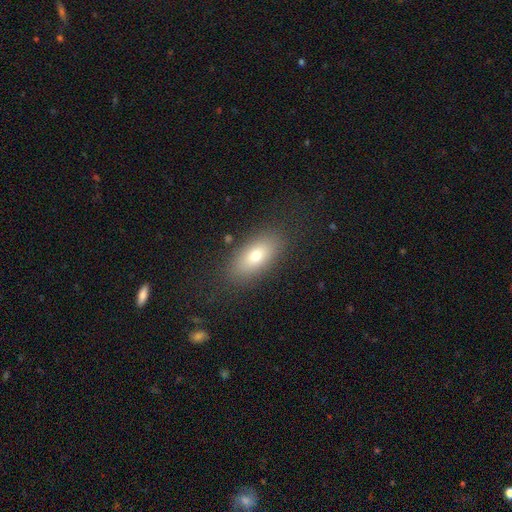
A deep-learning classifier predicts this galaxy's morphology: Smooth or featured?
  - smooth: 71% *
  - featured or disk: 19%
  - star or artifact: 9%
How rounded?
  - in between: 84% *
  - cigar-shaped: 10%
  - round: 5%
Merging?
  - none: 84% *
  - minor disturbance: 11%
  - major disturbance: 4%
  - merger: 2%